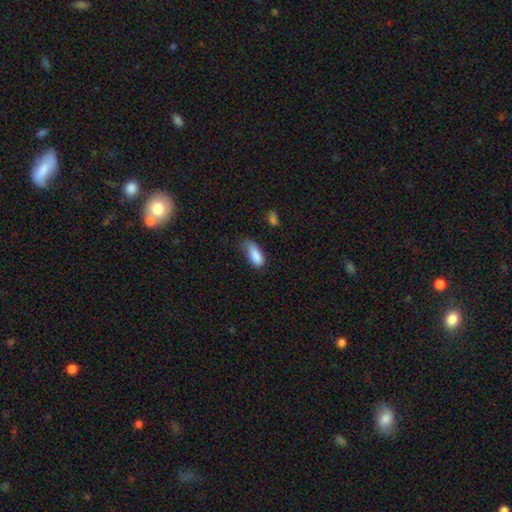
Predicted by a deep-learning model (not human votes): Smooth or featured? smooth (85%)
How rounded? in between (85%)
Merging? minor disturbance (42%)